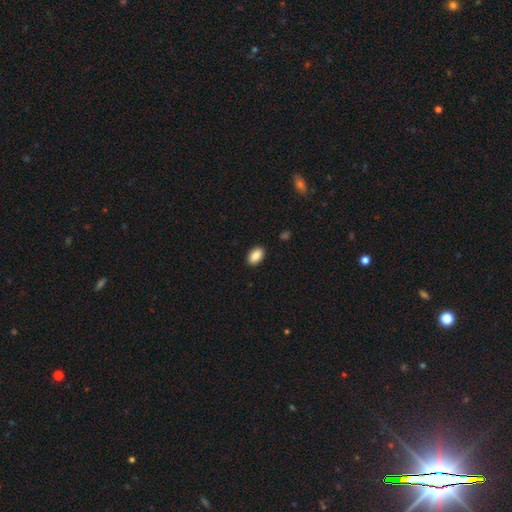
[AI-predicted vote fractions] The model was most divided on "smooth or featured": smooth: 88%, star or artifact: 7%, featured or disk: 5%. More confident: how rounded — in between (91%); merging — none (90%).